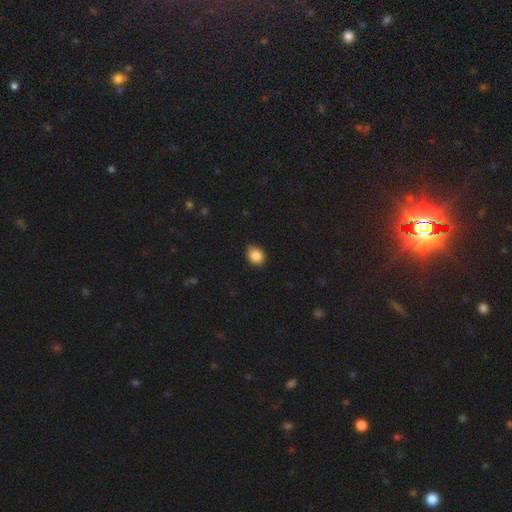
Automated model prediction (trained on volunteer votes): Overall: smooth (86%). How rounded: in between (58%; round 41%). Merging: none (77%).